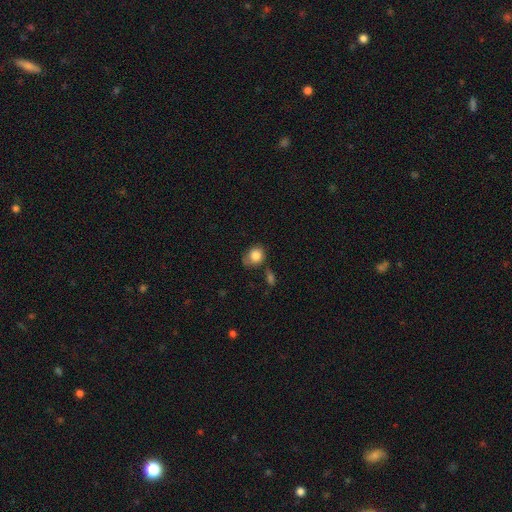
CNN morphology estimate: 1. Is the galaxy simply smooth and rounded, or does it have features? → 83% smooth, 9% star or artifact, 9% featured or disk.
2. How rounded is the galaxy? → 64% round, 35% in between, 1% cigar-shaped.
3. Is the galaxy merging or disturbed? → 53% none, 30% minor disturbance, 10% major disturbance, 8% merger.